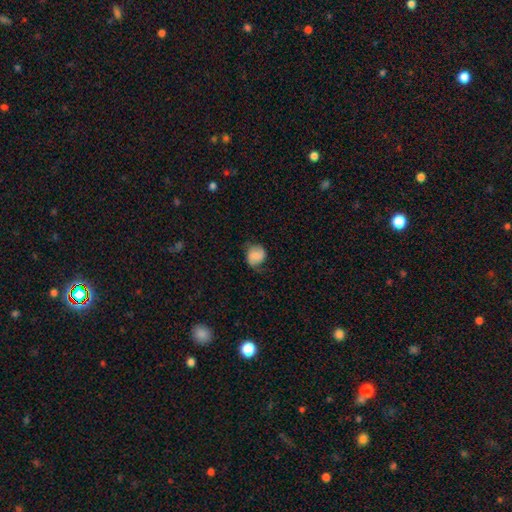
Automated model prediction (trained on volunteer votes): smooth-or-featured: smooth: 54% | featured or disk: 37% | star or artifact: 8%
  how-rounded: round: 67% | in between: 32% | cigar-shaped: 1%
  merging: none: 57% | minor disturbance: 28% | major disturbance: 14% | merger: 1%